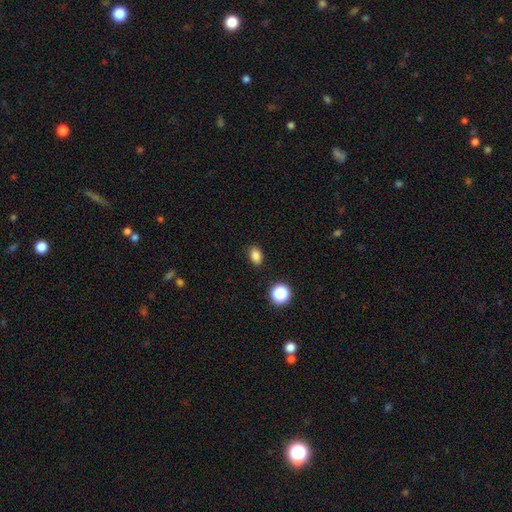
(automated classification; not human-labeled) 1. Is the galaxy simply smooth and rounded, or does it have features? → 83% smooth, 12% star or artifact, 5% featured or disk.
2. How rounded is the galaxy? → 78% in between, 20% round, 2% cigar-shaped.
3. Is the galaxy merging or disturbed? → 87% none, 9% minor disturbance, 2% major disturbance, 2% merger.